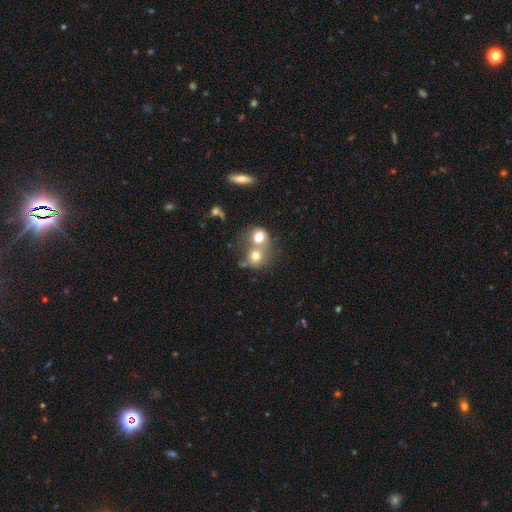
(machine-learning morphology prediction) This appears to be a smooth galaxy with no disk features (71%) that is round (75%). Merging: merger (61%).